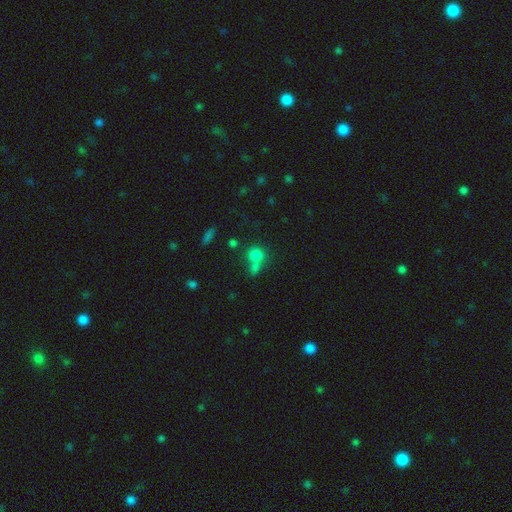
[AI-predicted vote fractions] Smooth or featured? smooth (78%)
How rounded? round (74%)
Merging? merger (43%)